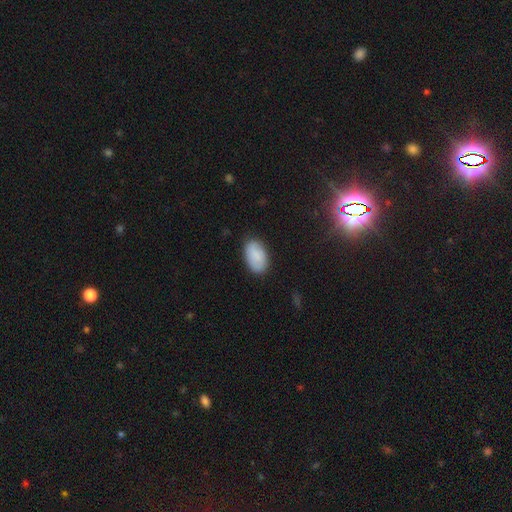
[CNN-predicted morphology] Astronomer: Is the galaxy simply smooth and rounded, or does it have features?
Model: smooth — 87%.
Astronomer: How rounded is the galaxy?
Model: in between — 93%.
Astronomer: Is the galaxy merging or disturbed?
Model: none — 82%.